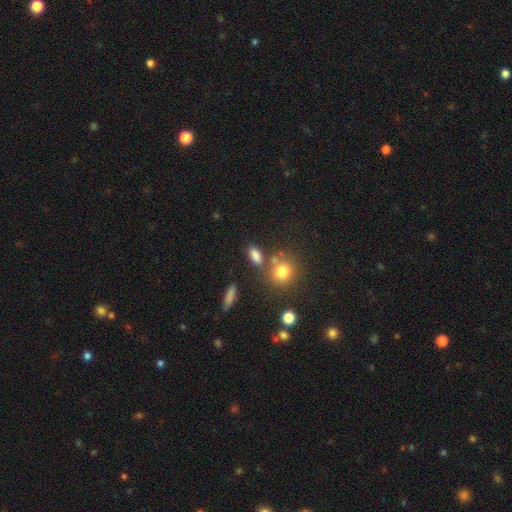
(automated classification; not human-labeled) smooth_or_featured: smooth (p=0.80) [alt: star or artifact p=0.12]
how_rounded: in between (p=0.72) [alt: round p=0.17]
merging: none (p=0.68) [alt: merger p=0.15]